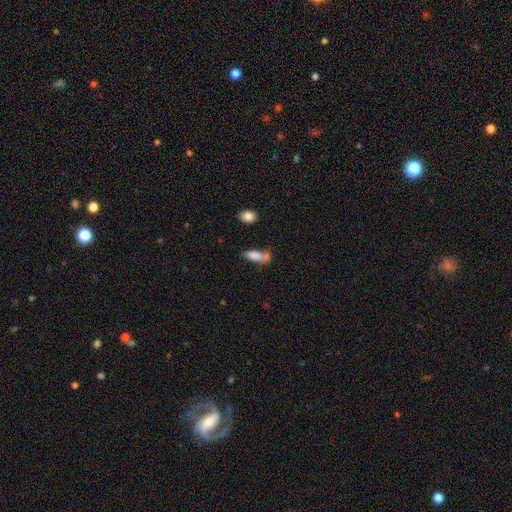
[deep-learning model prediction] Smooth or featured? smooth (78%)
How rounded? in between (65%)
Merging? none (36%)